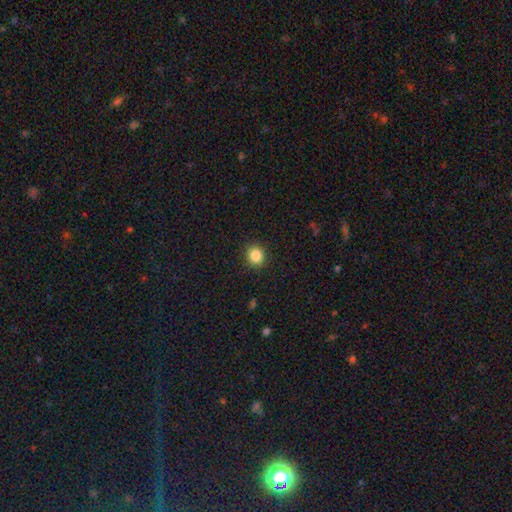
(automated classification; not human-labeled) A smooth galaxy with no disk features (85%) that is round (83%).

Vote fractions:
- Smooth or featured? smooth: 85% / star or artifact: 10% / featured or disk: 4%
- How rounded? round: 83% / in between: 16% / cigar-shaped: 1%
- Merging? none: 91% / minor disturbance: 6% / major disturbance: 2% / merger: 1%